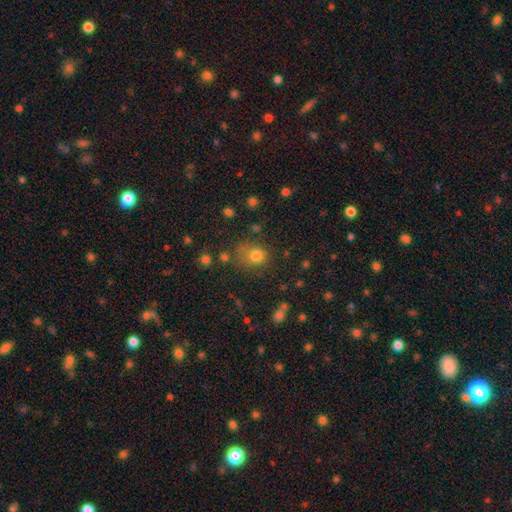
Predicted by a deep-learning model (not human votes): This is likely a smooth galaxy (76%). How rounded: likely round (73%). Merging: likely none (64%).